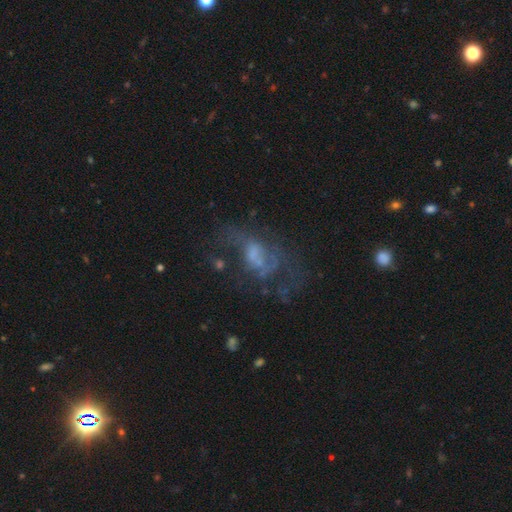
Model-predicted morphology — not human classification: A featured or disk galaxy (59%) with no bar (70%), no spiral arms (63%) and no central bulge (36%). Merging: major disturbance (41%).